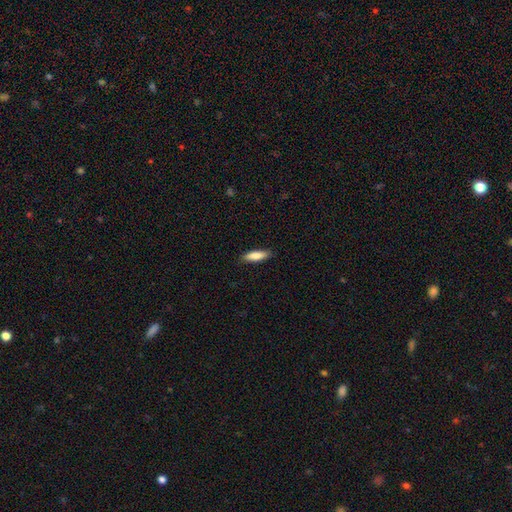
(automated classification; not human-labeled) A smooth galaxy with no disk features (83%) that is cigar-shaped (55%). Merging: none (88%).